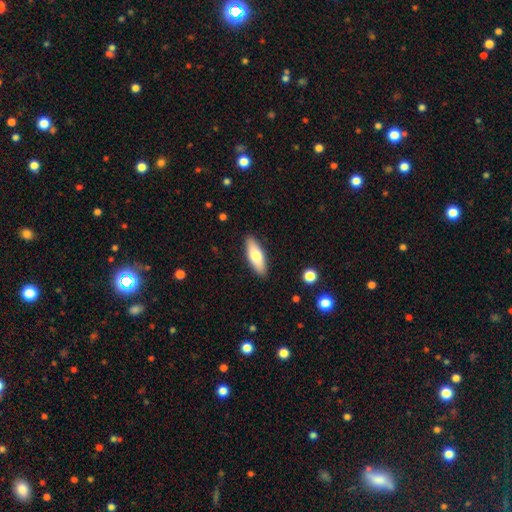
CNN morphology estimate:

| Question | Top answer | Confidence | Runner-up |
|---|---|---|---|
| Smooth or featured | smooth | 73% | featured or disk (22%) |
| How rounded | in between | 61% | cigar-shaped (37%) |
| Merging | none | 89% | minor disturbance (8%) |